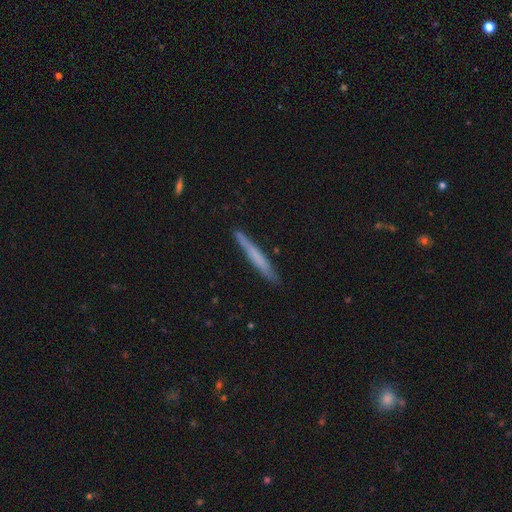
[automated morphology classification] Overall: smooth (56%; featured or disk 37%). How rounded: cigar-shaped (97%). Merging: none (86%).